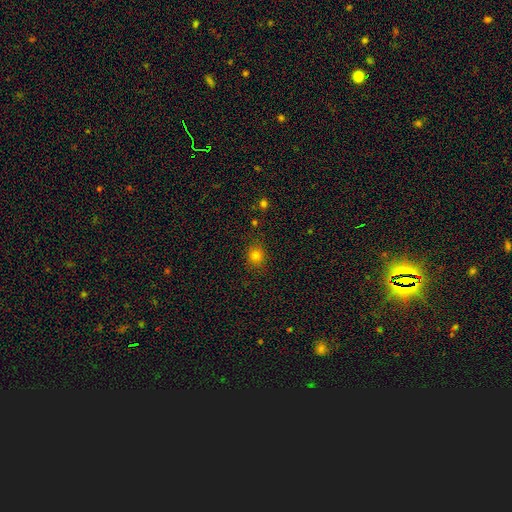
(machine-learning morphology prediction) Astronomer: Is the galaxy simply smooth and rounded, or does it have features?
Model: smooth — 80%.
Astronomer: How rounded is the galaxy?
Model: round — 79%.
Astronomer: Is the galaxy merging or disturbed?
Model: none — 86%.